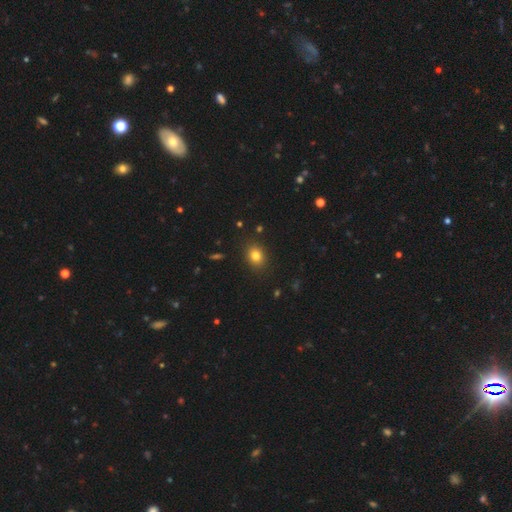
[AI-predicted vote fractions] Morphology: type=smooth (80%); roundness=round (50%); merging=none (88%).